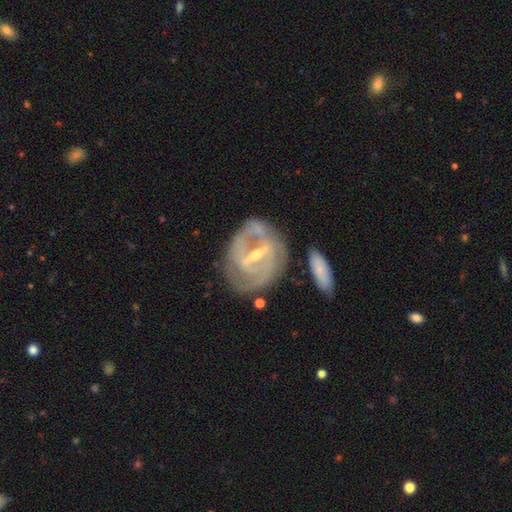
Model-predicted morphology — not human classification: A featured or disk galaxy (85%) with a strong bar (65%), 2 (58%) tight (48%) spiral arms (77%) and a small central bulge (59%).

Vote fractions:
- Smooth or featured? featured or disk: 85% / smooth: 10% / star or artifact: 5%
- Edge-on disk? no: 94% / yes: 6%
- Bar? strong: 65% / weak: 27% / no: 8%
- Spiral arms? yes: 77% / no: 23%
- Spiral winding? tight: 48% / medium: 38% / loose: 14%
- Spiral arm count? 2: 58% / can't tell: 25% / 3: 7% / 1: 6% / 4: 2% / more than 4: 2%
- Bulge size? small: 59% / moderate: 38% / none: 2% / large: 1% / dominant: 1%
- Merging? none: 64% / minor disturbance: 18% / major disturbance: 11% / merger: 7%